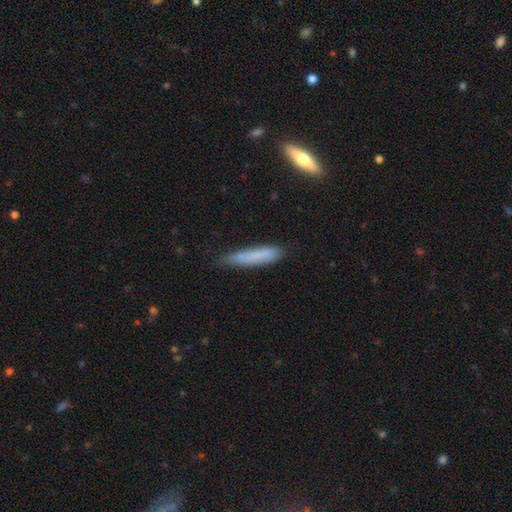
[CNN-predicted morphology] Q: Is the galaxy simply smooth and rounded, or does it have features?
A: smooth — 75%.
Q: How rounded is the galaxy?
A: cigar-shaped — 90%.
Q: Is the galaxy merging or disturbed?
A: none — 70%.